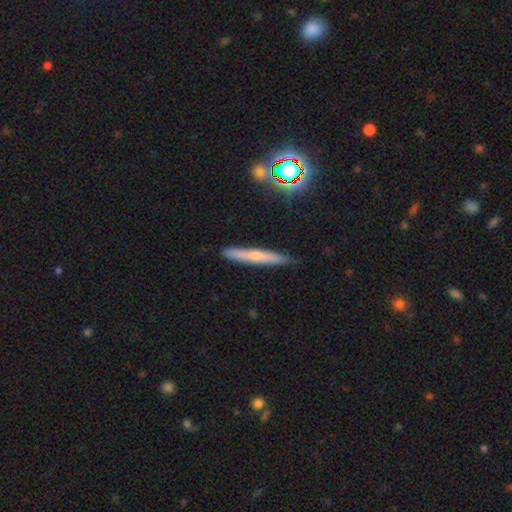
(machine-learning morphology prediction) type=featured or disk (44%); merging=none (87%).